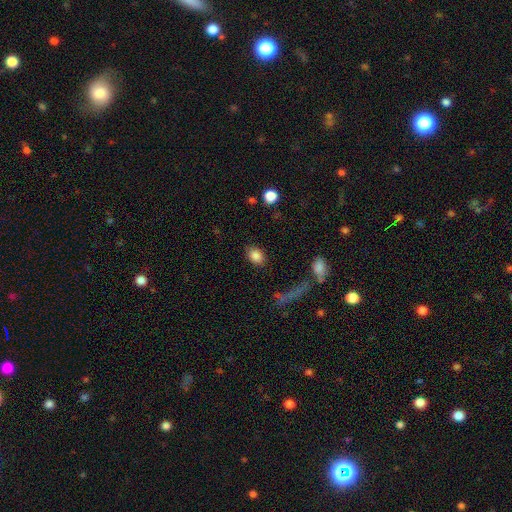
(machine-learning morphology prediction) Smooth or featured? Predicted: smooth (p=0.86). How rounded? Predicted: in between (p=0.74). Merging? Predicted: none (p=0.83).